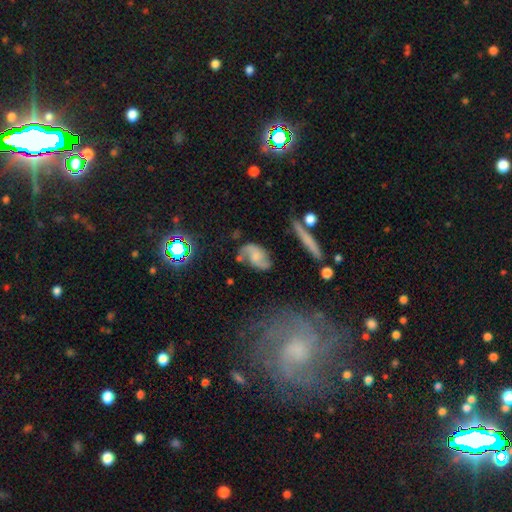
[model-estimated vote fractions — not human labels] Smooth or featured?
  - featured or disk: 70% *
  - smooth: 22%
  - star or artifact: 8%
Edge-on disk?
  - no: 95% *
  - yes: 5%
Bar?
  - no: 64% *
  - weak: 31%
  - strong: 6%
Spiral arms?
  - yes: 92% *
  - no: 8%
Spiral winding?
  - loose: 47% *
  - medium: 40%
  - tight: 13%
Spiral arm count?
  - 2: 86% *
  - can't tell: 6%
  - 1: 5%
  - 3: 1%
  - 4: 1%
  - more than 4: 1%
Bulge size?
  - none: 45% *
  - moderate: 23%
  - small: 22%
  - large: 9%
  - dominant: 2%
Merging?
  - none: 55% *
  - minor disturbance: 25%
  - major disturbance: 13%
  - merger: 8%